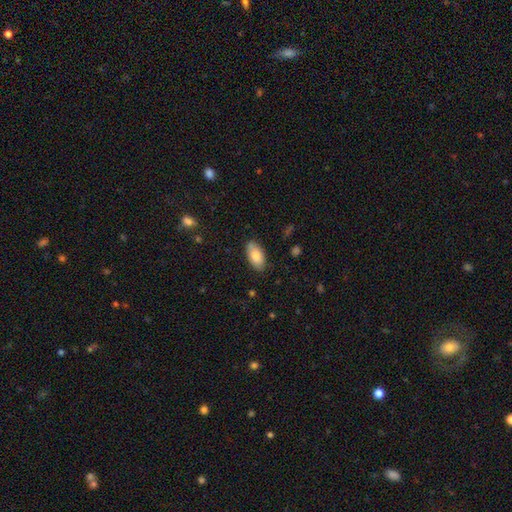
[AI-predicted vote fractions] This appears to be a smooth galaxy with no disk features (83%) that is in between round and cigar-shaped (93%). Merging: none (83%).